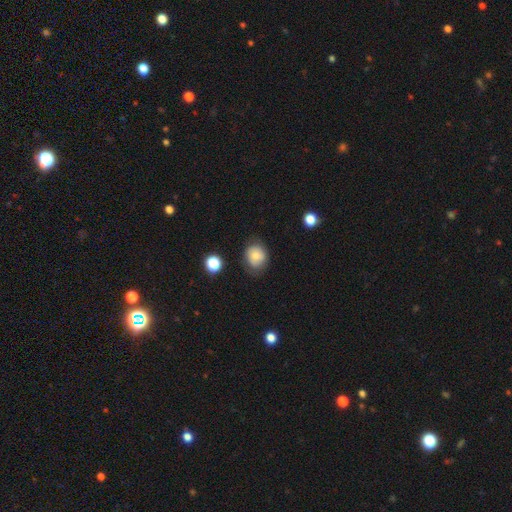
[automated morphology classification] A smooth galaxy with no disk features (72%) that is round (70%).

Vote fractions:
- Smooth or featured? smooth: 72% / featured or disk: 18% / star or artifact: 10%
- How rounded? round: 70% / in between: 30% / cigar-shaped: 1%
- Merging? none: 70% / minor disturbance: 22% / major disturbance: 6% / merger: 2%